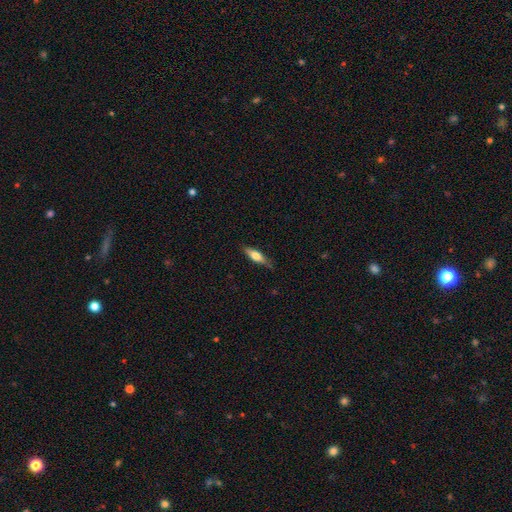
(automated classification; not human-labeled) smooth-or-featured: smooth: 58% | featured or disk: 36% | star or artifact: 6%
  how-rounded: cigar-shaped: 64% | in between: 34% | round: 2%
  merging: none: 82% | minor disturbance: 14% | major disturbance: 3% | merger: 1%